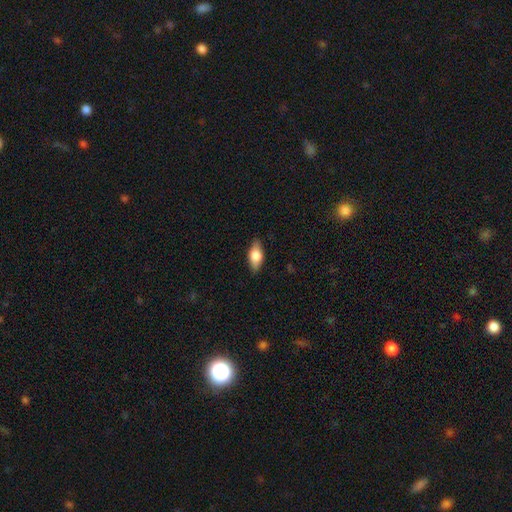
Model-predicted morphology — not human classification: smooth-or-featured: smooth: 70% | featured or disk: 24% | star or artifact: 7%
  how-rounded: in between: 85% | cigar-shaped: 11% | round: 4%
  merging: none: 86% | minor disturbance: 11% | major disturbance: 2% | merger: 1%